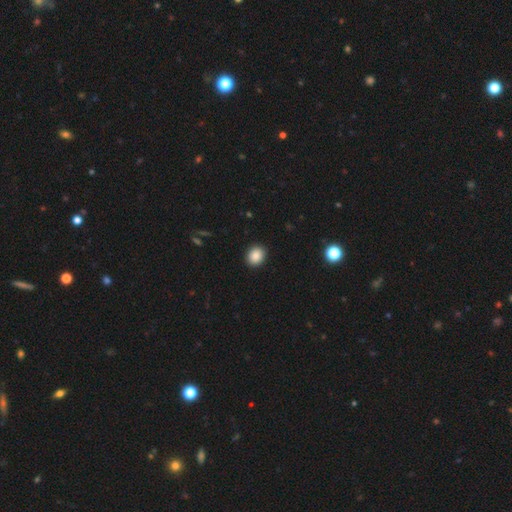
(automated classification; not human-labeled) Smooth or featured? Predicted: smooth (p=0.87). How rounded? Predicted: round (p=0.60). Merging? Predicted: none (p=0.91).